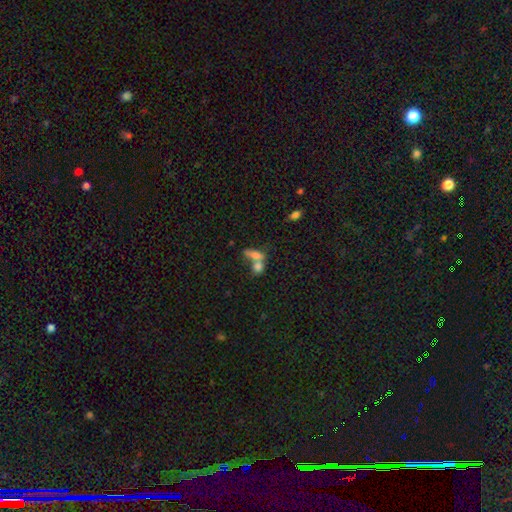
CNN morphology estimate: A smooth galaxy with no disk features (72%) that is in between round and cigar-shaped (65%). Merging: merger (57%).